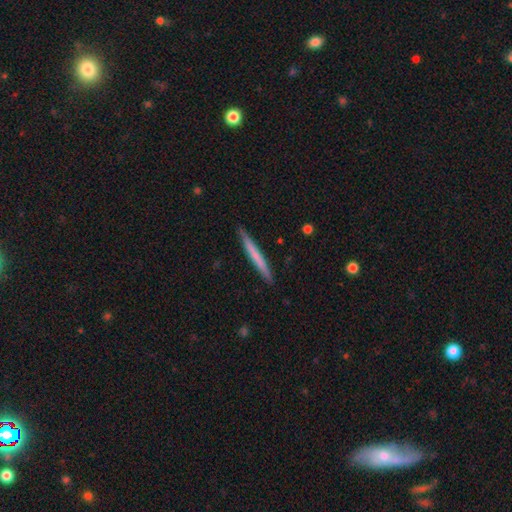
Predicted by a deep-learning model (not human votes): This appears to be a smooth galaxy with no disk features (61%) that is cigar-shaped (97%). Merging: none (91%).